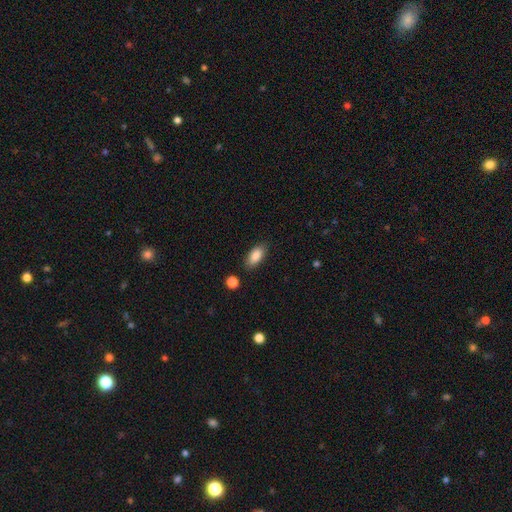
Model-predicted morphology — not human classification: A smooth galaxy with no disk features (87%) that is in between round and cigar-shaped (90%). Merging: none (84%).